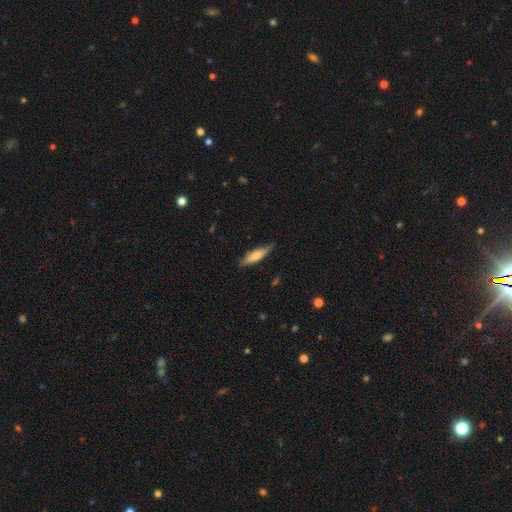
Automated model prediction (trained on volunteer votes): Smooth or featured: smooth — 63% (featured or disk — 31%)
How rounded: cigar-shaped — 76% (in between — 23%)
Merging: none — 79% (minor disturbance — 17%)